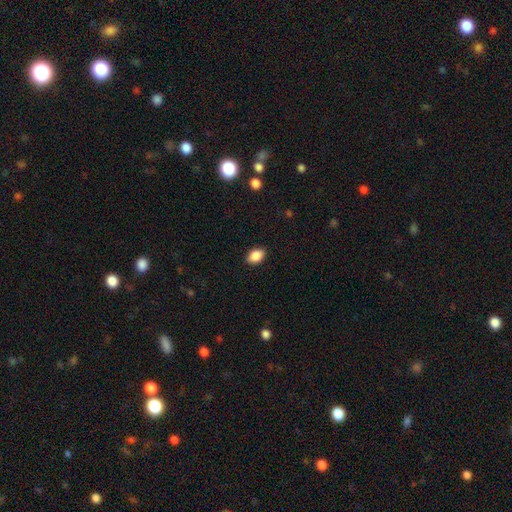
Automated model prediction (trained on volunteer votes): The model was most divided on "how rounded": in between: 82%, round: 17%, cigar-shaped: 1%. More confident: merging — none (89%); smooth or featured — smooth (88%).